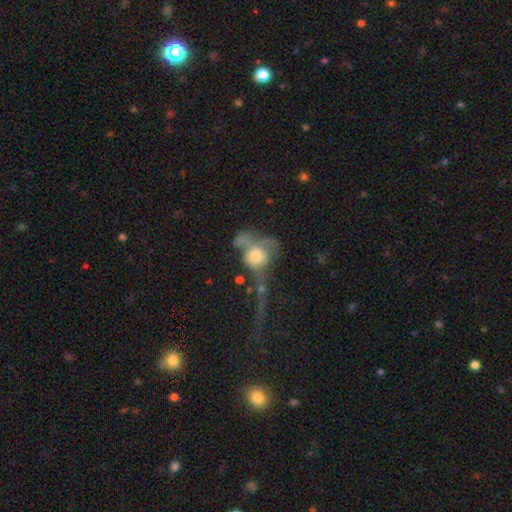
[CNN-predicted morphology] This appears to be a smooth galaxy with no disk features (50%). Merging: major disturbance (43%).